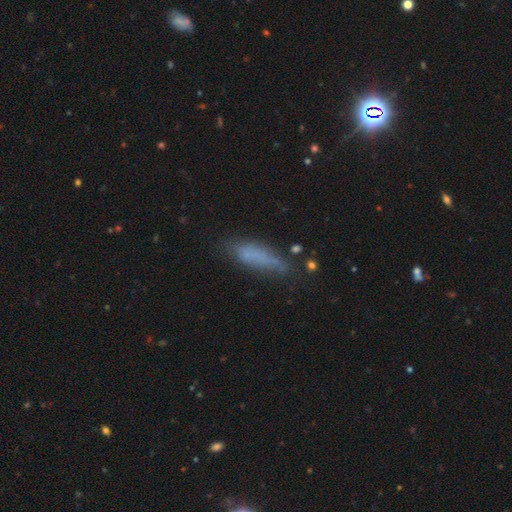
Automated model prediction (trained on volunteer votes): smooth_or_featured: smooth (p=0.66) [alt: featured or disk p=0.21]
how_rounded: cigar-shaped (p=0.65) [alt: in between p=0.33]
merging: none (p=0.53) [alt: minor disturbance p=0.28]